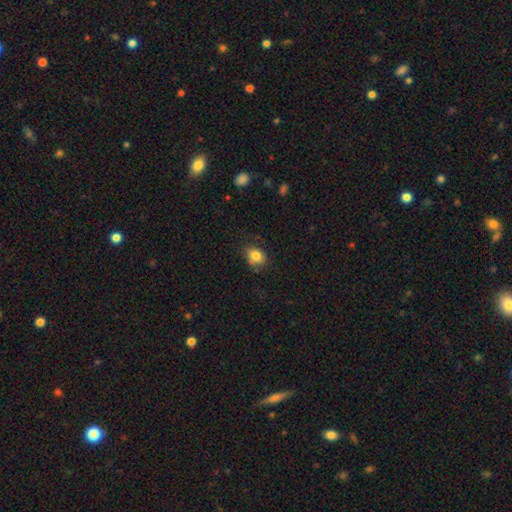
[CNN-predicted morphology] smooth_or_featured: smooth (p=0.83) [alt: star or artifact p=0.10]
how_rounded: in between (p=0.61) [alt: round p=0.38]
merging: none (p=0.73) [alt: minor disturbance p=0.20]